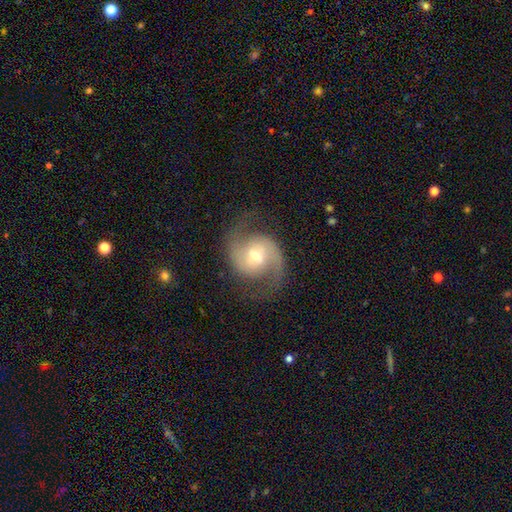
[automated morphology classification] Smooth or featured?
  - featured or disk: 89% *
  - smooth: 6%
  - star or artifact: 6%
Edge-on disk?
  - no: 98% *
  - yes: 2%
Bar?
  - weak: 47% *
  - no: 38%
  - strong: 15%
Spiral arms?
  - yes: 98% *
  - no: 2%
Spiral winding?
  - medium: 57% *
  - loose: 27%
  - tight: 16%
Spiral arm count?
  - 2: 94% *
  - can't tell: 2%
  - 1: 1%
  - 3: 1%
  - 4: 1%
  - more than 4: 1%
Bulge size?
  - moderate: 54% *
  - small: 40%
  - large: 4%
  - none: 1%
  - dominant: 1%
Merging?
  - none: 80% *
  - minor disturbance: 12%
  - major disturbance: 6%
  - merger: 1%